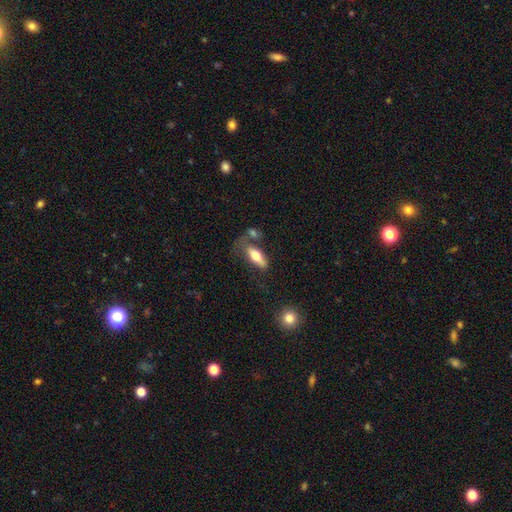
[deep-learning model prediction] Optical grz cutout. It shows a smooth galaxy with no disk features (63%) that is in between round and cigar-shaped (68%). Merging: none (42%).